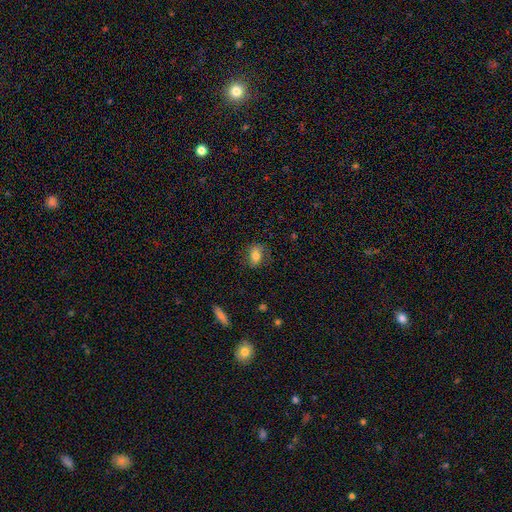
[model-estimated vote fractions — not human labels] Morphology: type=smooth (72%); roundness=in between (75%); merging=none (74%).